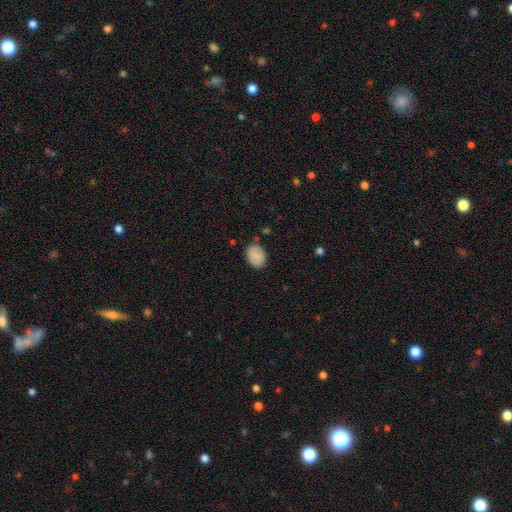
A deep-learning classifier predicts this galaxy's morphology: Smooth or featured?
  - smooth: 81% *
  - featured or disk: 12%
  - star or artifact: 8%
How rounded?
  - in between: 71% *
  - round: 28%
  - cigar-shaped: 1%
Merging?
  - none: 81% *
  - minor disturbance: 14%
  - major disturbance: 3%
  - merger: 2%